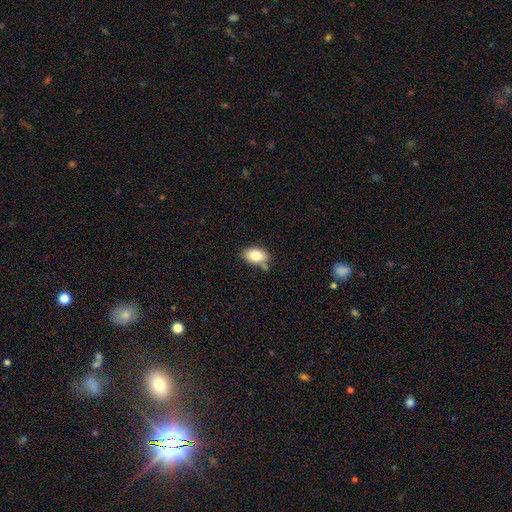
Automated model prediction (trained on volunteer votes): A smooth galaxy with no disk features (83%) that is in between round and cigar-shaped (89%).

Vote fractions:
- Smooth or featured? smooth: 83% / featured or disk: 10% / star or artifact: 8%
- How rounded? in between: 89% / round: 9% / cigar-shaped: 1%
- Merging? none: 72% / minor disturbance: 16% / merger: 9% / major disturbance: 3%